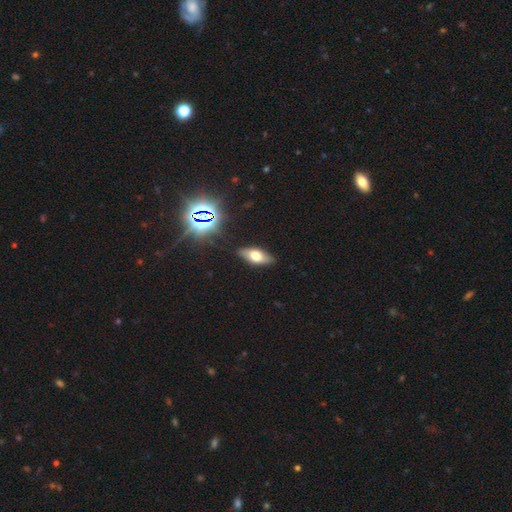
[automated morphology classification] The model was most divided on "smooth or featured": smooth: 59%, featured or disk: 28%, star or artifact: 13%. More confident: merging — none (85%); how rounded — in between (80%).